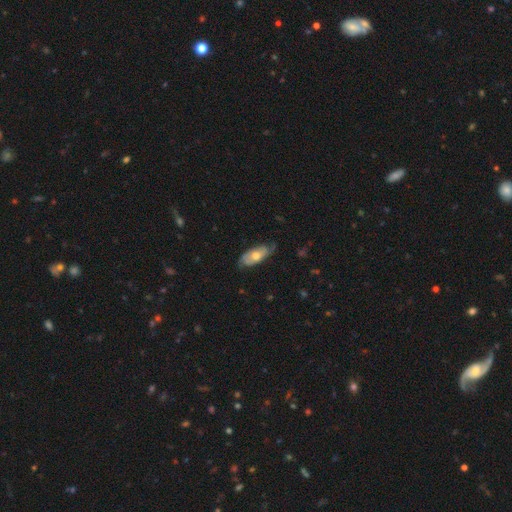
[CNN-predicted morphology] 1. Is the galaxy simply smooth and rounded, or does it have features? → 50% featured or disk, 44% smooth, 6% star or artifact.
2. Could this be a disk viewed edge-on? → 79% no, 21% yes.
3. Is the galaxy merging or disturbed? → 66% none, 26% minor disturbance, 6% major disturbance, 1% merger.